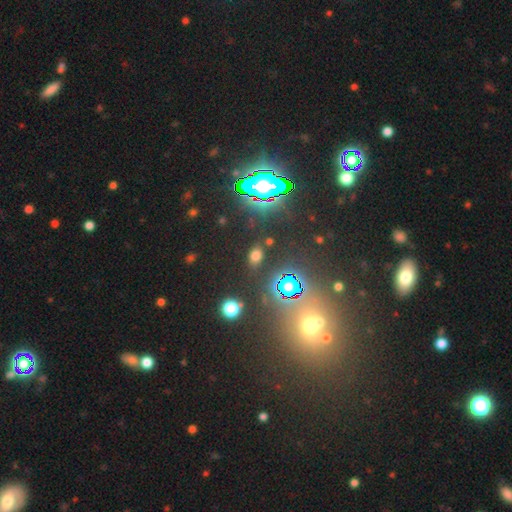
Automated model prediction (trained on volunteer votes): Smooth or featured? smooth (59%)
How rounded? in between (77%)
Merging? none (84%)